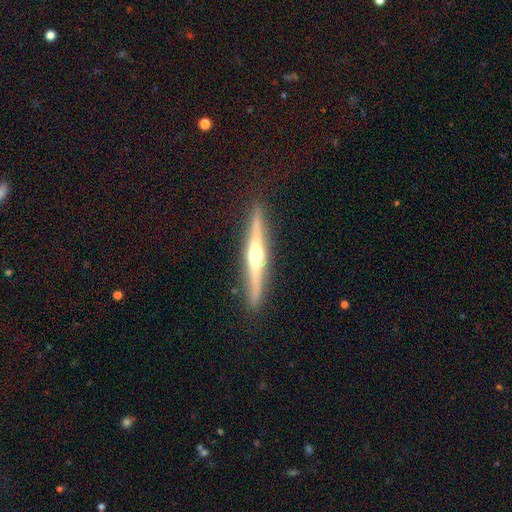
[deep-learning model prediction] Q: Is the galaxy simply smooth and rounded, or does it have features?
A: featured or disk — 72%.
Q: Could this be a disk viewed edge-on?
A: yes — 97%.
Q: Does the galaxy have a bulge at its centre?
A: rounded — 88%.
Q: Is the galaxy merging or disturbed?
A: none — 90%.